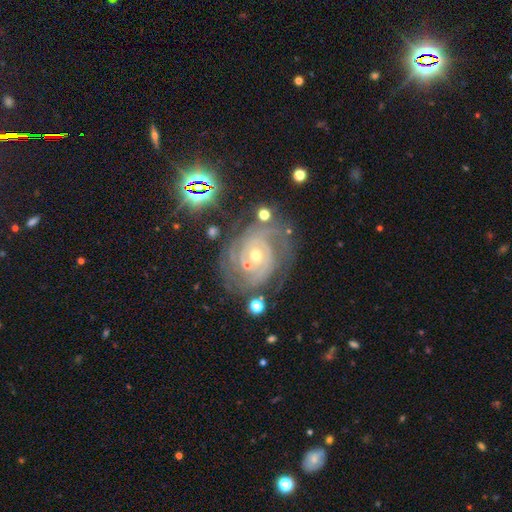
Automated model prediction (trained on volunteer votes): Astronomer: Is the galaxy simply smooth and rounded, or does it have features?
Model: featured or disk — 86%.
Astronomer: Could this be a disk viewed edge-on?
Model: no — 97%.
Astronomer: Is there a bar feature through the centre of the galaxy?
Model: no — 72%.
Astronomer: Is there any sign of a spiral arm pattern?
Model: yes — 96%.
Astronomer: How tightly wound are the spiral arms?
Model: tight — 74%.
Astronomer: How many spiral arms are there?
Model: can't tell — 26% (runner-up: 3, 25%).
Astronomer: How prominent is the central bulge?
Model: small — 49% (runner-up: moderate, 48%).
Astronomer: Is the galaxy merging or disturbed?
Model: none — 65%.